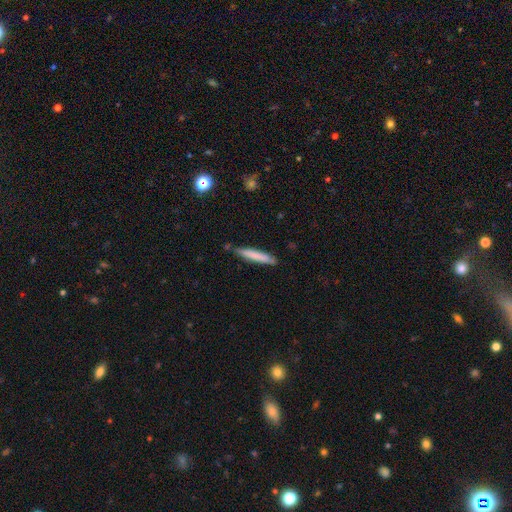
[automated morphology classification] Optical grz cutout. It shows a smooth galaxy with no disk features (75%) that is cigar-shaped (93%). Merging: none (81%).